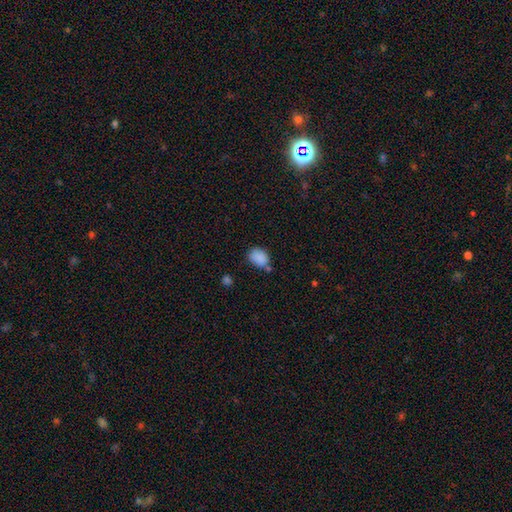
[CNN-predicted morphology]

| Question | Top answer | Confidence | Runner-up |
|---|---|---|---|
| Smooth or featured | smooth | 86% | star or artifact (9%) |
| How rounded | in between | 66% | round (33%) |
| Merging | none | 64% | minor disturbance (21%) |